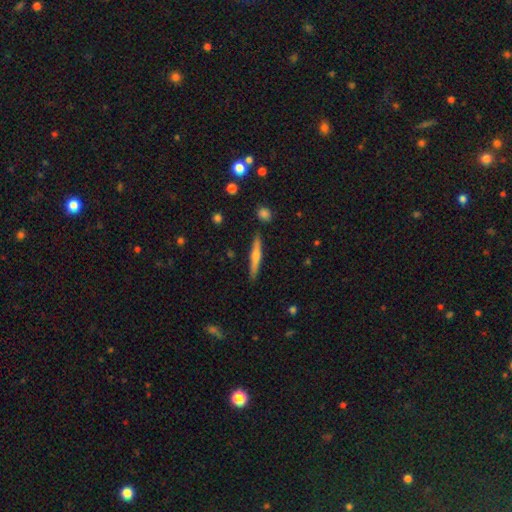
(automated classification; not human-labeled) Smooth or featured? featured or disk (57%)
Edge-on disk? yes (97%)
Edge-on bulge? rounded (84%)
Merging? none (89%)